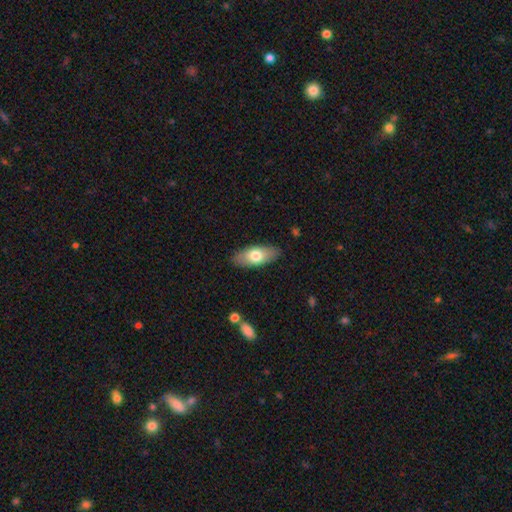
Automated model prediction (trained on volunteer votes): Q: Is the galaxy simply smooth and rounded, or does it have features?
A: smooth — 69%.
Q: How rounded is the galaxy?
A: in between — 84%.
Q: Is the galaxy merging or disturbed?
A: none — 87%.